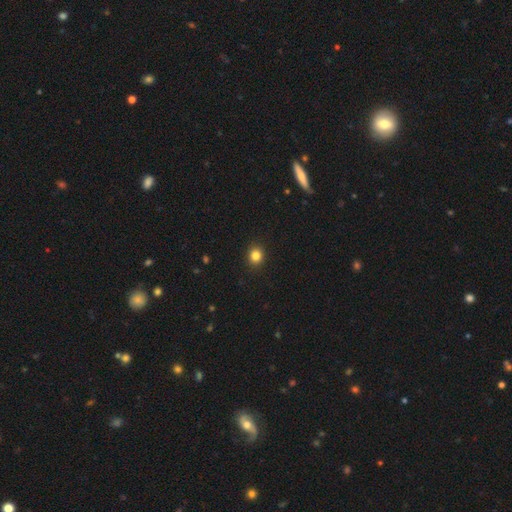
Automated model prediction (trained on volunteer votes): This is clearly a smooth galaxy (83%). How rounded: likely round (78%). Merging: clearly none (92%).